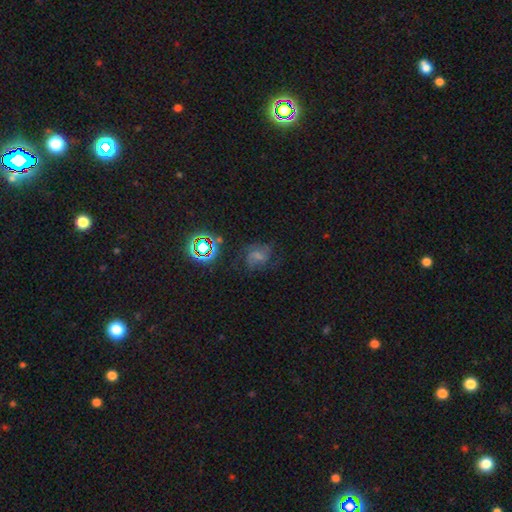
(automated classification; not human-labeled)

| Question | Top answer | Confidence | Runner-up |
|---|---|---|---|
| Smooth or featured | featured or disk | 48% | star or artifact (31%) |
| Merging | none | 65% | minor disturbance (19%) |